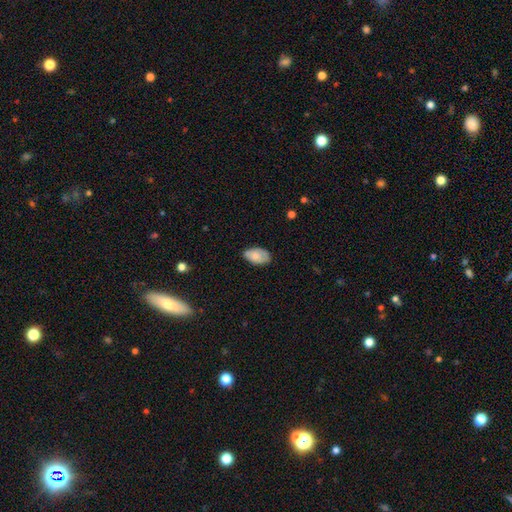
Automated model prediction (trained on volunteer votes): This appears to be a smooth galaxy with no disk features (76%) that is in between round and cigar-shaped (93%). Merging: none (69%).